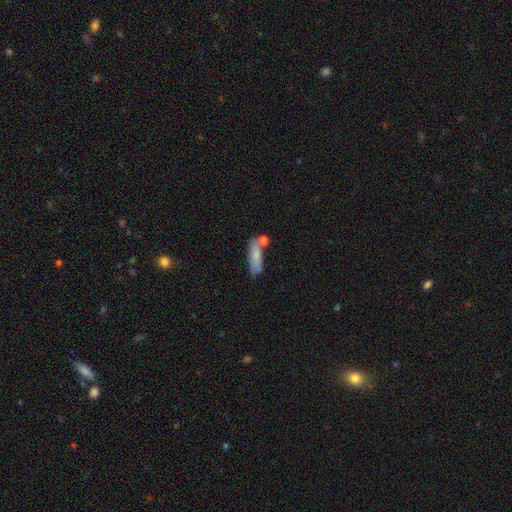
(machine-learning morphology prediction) Smooth or featured: smooth — 76% (featured or disk — 16%)
How rounded: in between — 57% (cigar-shaped — 39%)
Merging: none — 54% (minor disturbance — 20%)